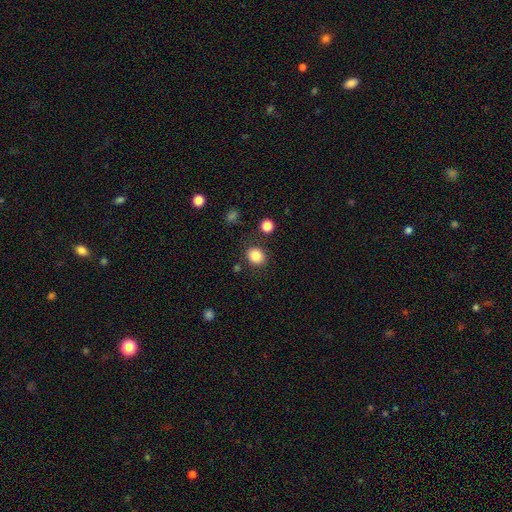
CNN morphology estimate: Smooth or featured? Predicted: smooth (p=0.84). How rounded? Predicted: round (p=0.63). Merging? Predicted: none (p=0.84).